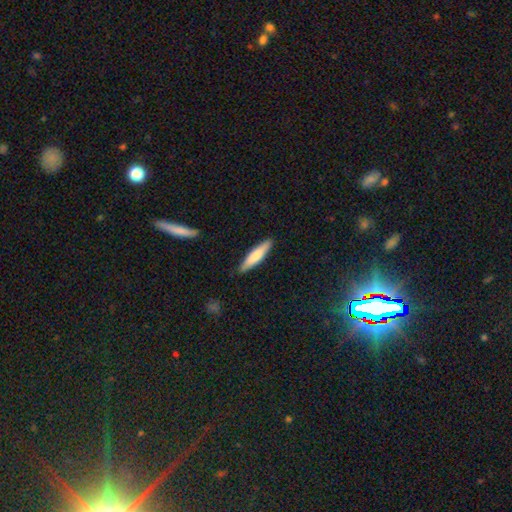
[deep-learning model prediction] Smooth or featured? Predicted: smooth (p=0.71). How rounded? Predicted: cigar-shaped (p=0.81). Merging? Predicted: none (p=0.87).